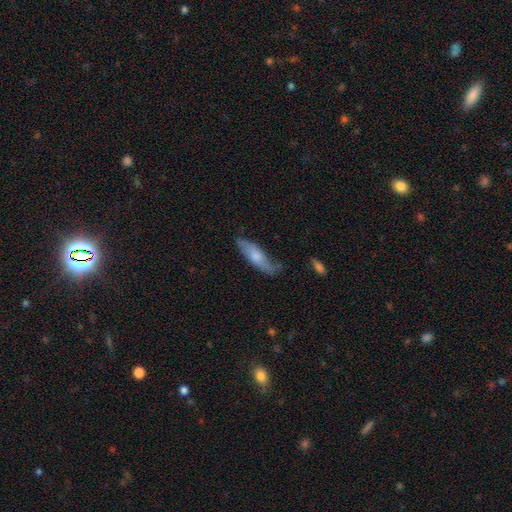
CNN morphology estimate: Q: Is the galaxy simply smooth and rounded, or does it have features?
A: smooth — 57%.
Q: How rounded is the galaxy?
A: cigar-shaped — 58%.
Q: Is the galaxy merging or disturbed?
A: none — 66%.